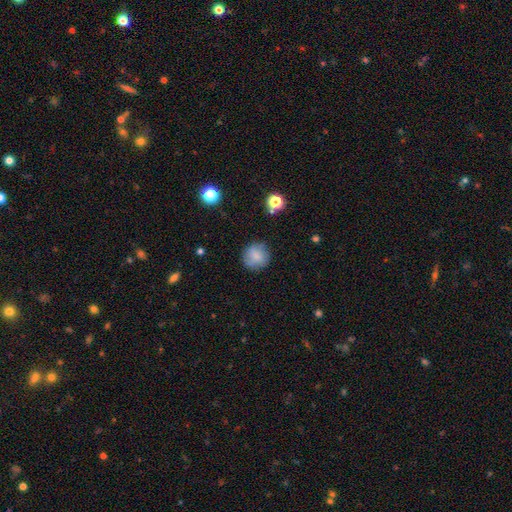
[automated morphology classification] type=smooth (80%); roundness=round (91%); merging=none (81%).